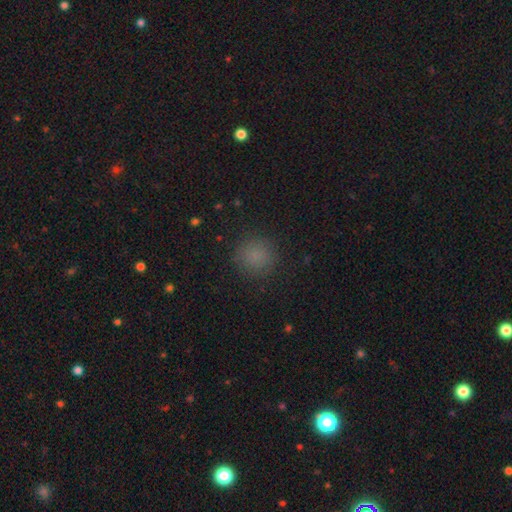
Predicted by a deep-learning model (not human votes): This appears to be a smooth galaxy with no disk features (82%) that is round (92%). Merging: none (88%).